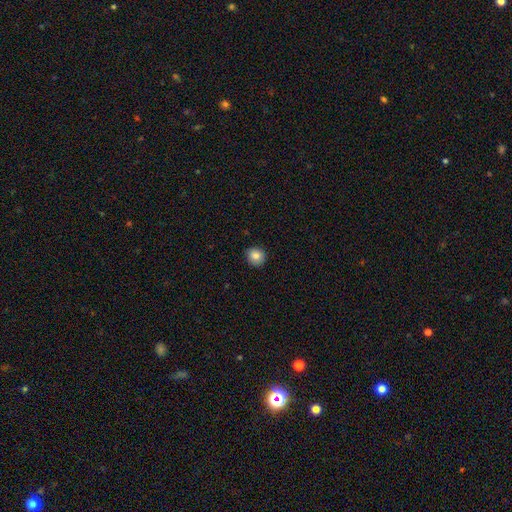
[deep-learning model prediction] smooth 84%, star or artifact 9%, featured or disk 7%. Down the decision tree: how rounded — round (92%); merging — none (91%).